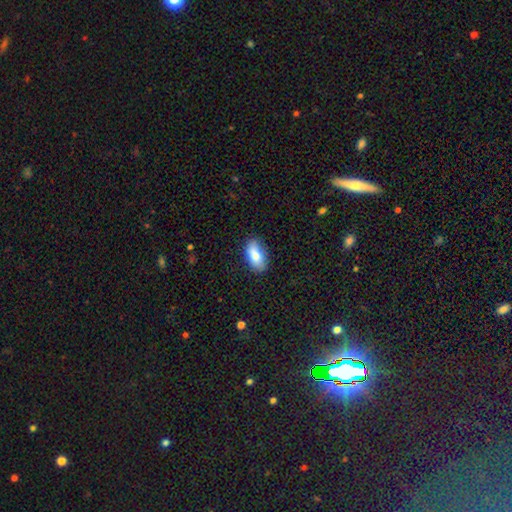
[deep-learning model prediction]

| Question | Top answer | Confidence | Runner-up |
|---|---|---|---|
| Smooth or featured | smooth | 81% | featured or disk (12%) |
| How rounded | in between | 89% | cigar-shaped (7%) |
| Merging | none | 81% | minor disturbance (15%) |